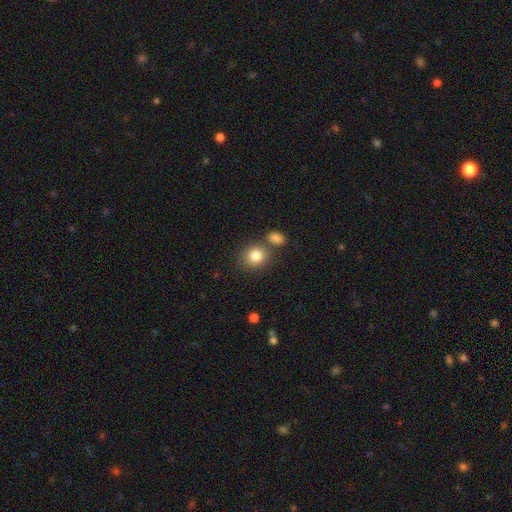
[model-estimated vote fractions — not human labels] Overall: smooth (83%). How rounded: round (73%). Merging: none (67%).